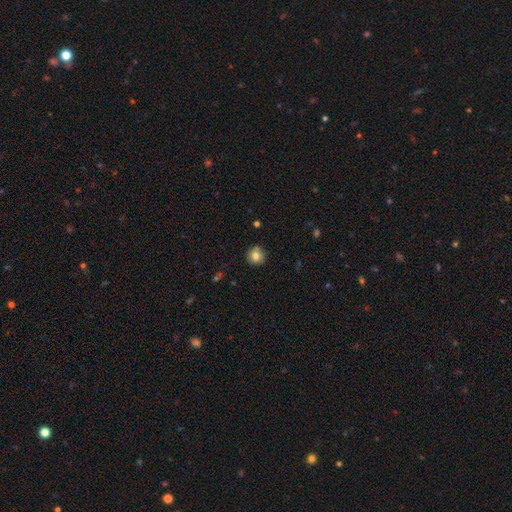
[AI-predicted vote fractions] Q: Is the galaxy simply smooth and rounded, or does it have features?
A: smooth — 79%.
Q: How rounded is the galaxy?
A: round — 93%.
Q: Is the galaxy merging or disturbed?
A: none — 84%.